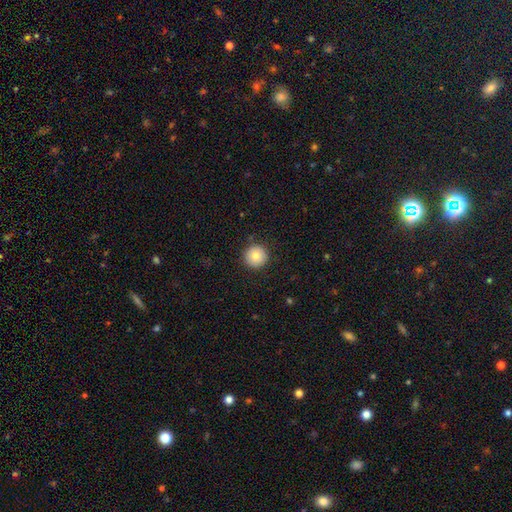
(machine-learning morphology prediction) Smooth or featured? smooth (82%)
How rounded? round (96%)
Merging? none (91%)